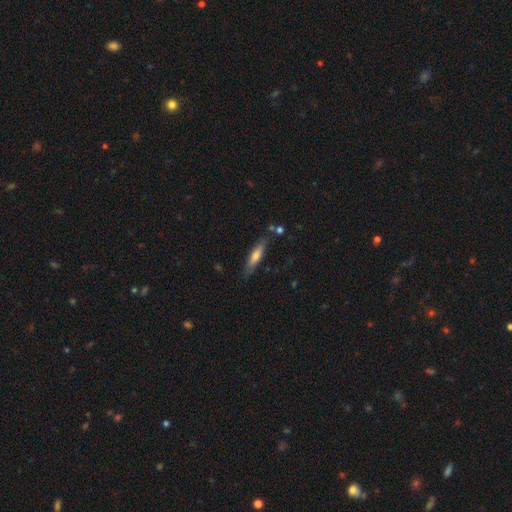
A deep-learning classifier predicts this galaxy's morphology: A smooth galaxy with no disk features (59%) that is cigar-shaped (81%).

Vote fractions:
- Smooth or featured? smooth: 59% / featured or disk: 35% / star or artifact: 6%
- How rounded? cigar-shaped: 81% / in between: 18% / round: 2%
- Merging? none: 79% / minor disturbance: 14% / merger: 4% / major disturbance: 3%